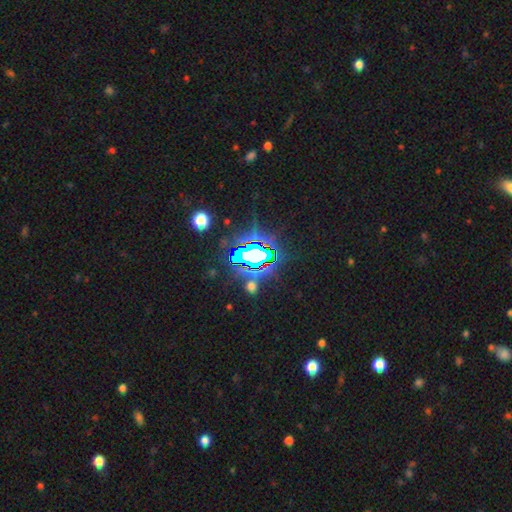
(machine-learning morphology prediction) Overall: star or artifact (73%).